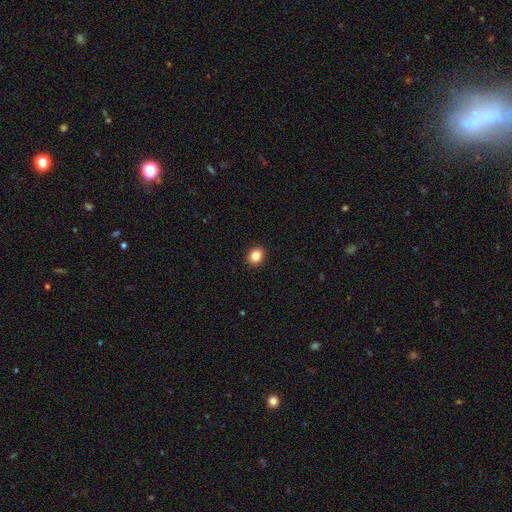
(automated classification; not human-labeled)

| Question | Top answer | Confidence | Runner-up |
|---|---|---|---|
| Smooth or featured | smooth | 86% | star or artifact (10%) |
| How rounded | round | 59% | in between (40%) |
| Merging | none | 92% | minor disturbance (6%) |